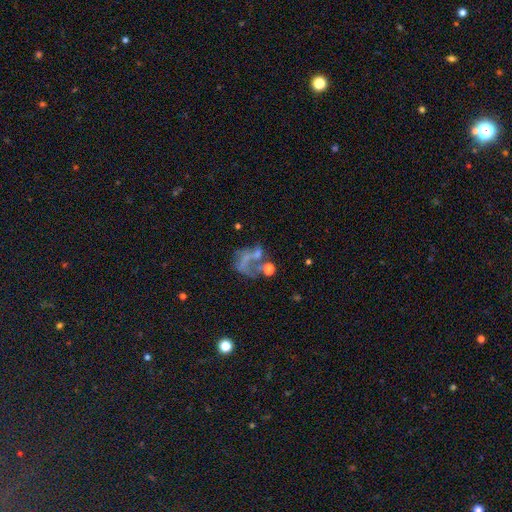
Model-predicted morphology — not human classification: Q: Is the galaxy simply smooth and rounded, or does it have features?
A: featured or disk — 50%.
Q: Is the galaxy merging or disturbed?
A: major disturbance — 39%.